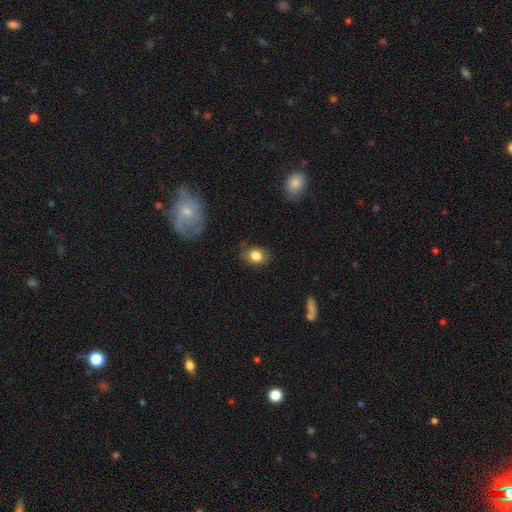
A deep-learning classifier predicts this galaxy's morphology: Smooth or featured? smooth (82%)
How rounded? in between (65%)
Merging? none (76%)